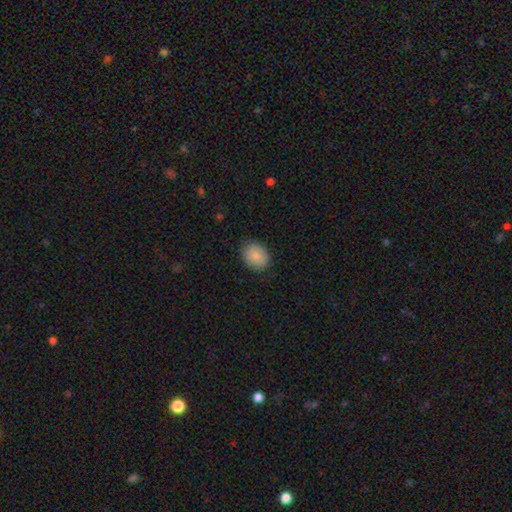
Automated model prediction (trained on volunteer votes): The model was most divided on "how rounded": round: 50%, in between: 49%, cigar-shaped: 1%. More confident: smooth or featured — smooth (86%); merging — none (85%).